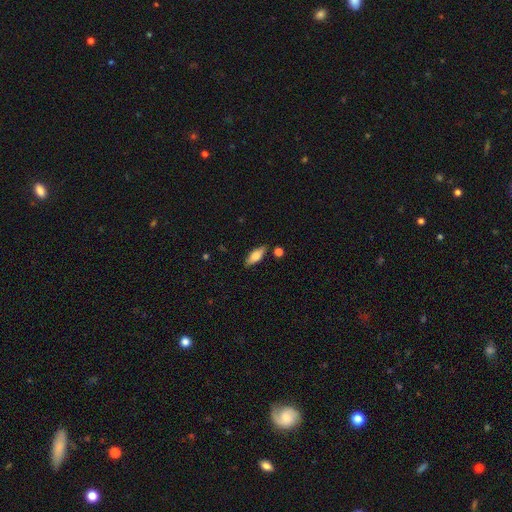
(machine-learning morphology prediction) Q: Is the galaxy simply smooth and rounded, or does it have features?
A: smooth — 69%.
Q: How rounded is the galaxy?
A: in between — 69%.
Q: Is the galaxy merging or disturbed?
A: none — 83%.